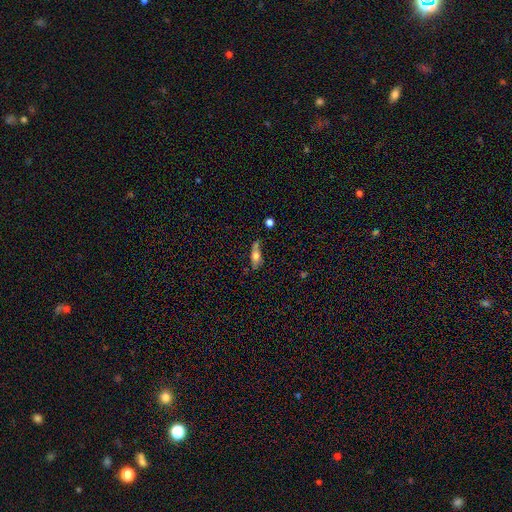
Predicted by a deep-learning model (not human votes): A smooth galaxy with no disk features (61%) that is in between round and cigar-shaped (59%). Merging: none (53%).